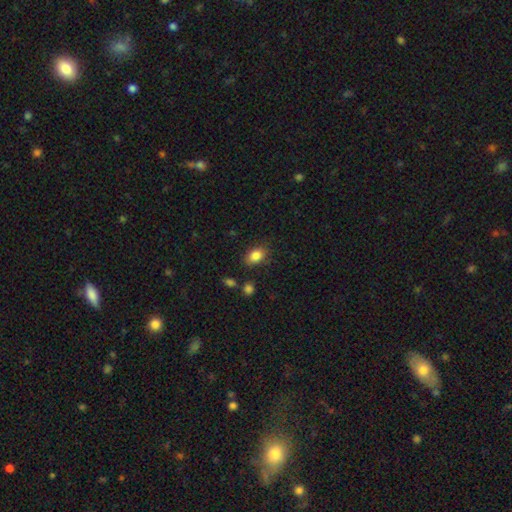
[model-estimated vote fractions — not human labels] Morphology: type=smooth (85%); roundness=in between (80%); merging=none (80%).